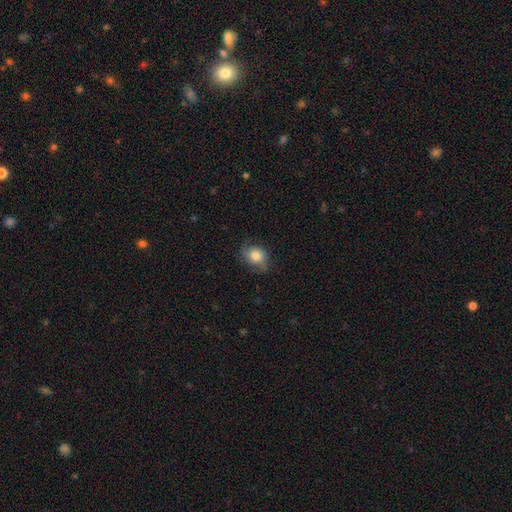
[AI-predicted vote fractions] A smooth galaxy with no disk features (62%) that is in between round and cigar-shaped (56%). Merging: none (69%).